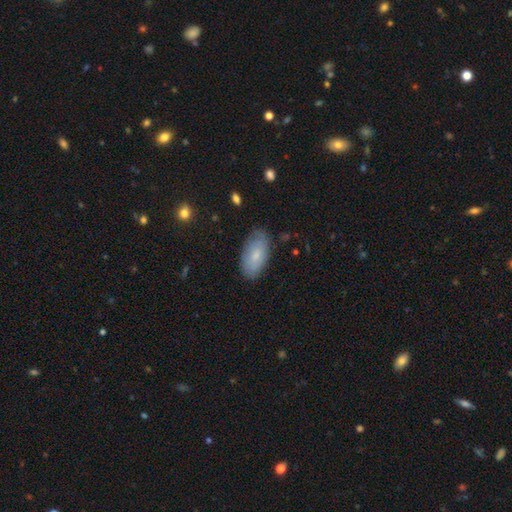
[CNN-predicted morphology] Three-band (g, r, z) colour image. It shows a smooth galaxy with no disk features (74%) that is in between round and cigar-shaped (94%). Merging: none (80%).